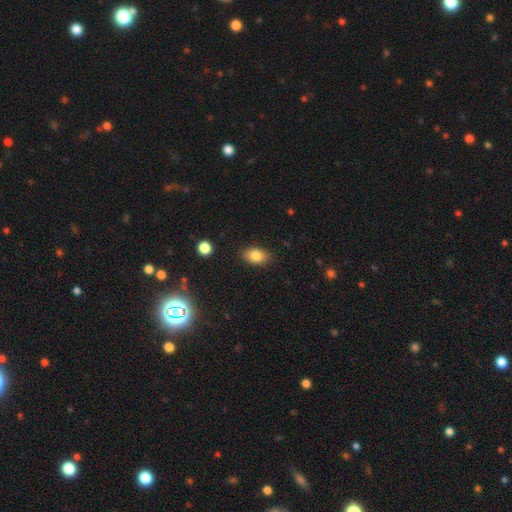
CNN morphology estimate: Smooth or featured? Predicted: smooth (p=0.83). How rounded? Predicted: in between (p=0.88). Merging? Predicted: none (p=0.87).